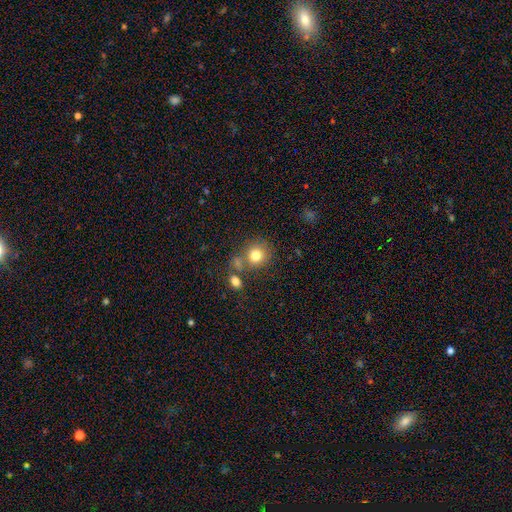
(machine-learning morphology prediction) smooth 79%, star or artifact 11%, featured or disk 10%. Down the decision tree: how rounded — round (84%); merging — none (65%).